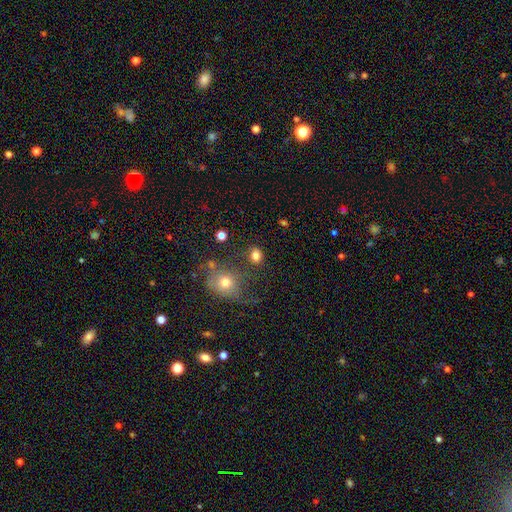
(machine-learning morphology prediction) Q: Smooth or featured?
A: smooth (80%); runner-up: star or artifact (13%)
Q: How rounded?
A: round (65%); runner-up: in between (34%)
Q: Merging?
A: none (74%); runner-up: minor disturbance (12%)